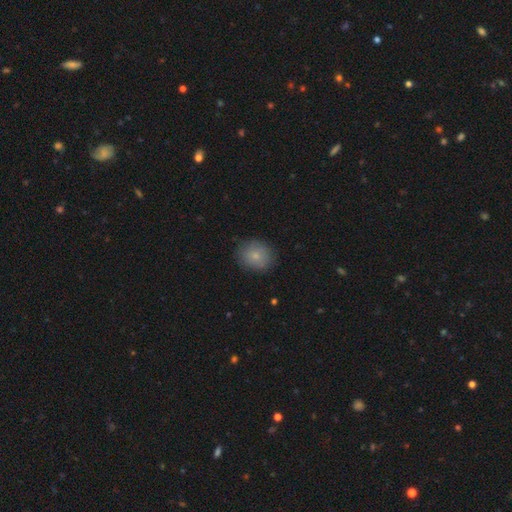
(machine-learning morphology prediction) Smooth or featured? Predicted: smooth (p=0.80). How rounded? Predicted: round (p=0.75). Merging? Predicted: none (p=0.86).